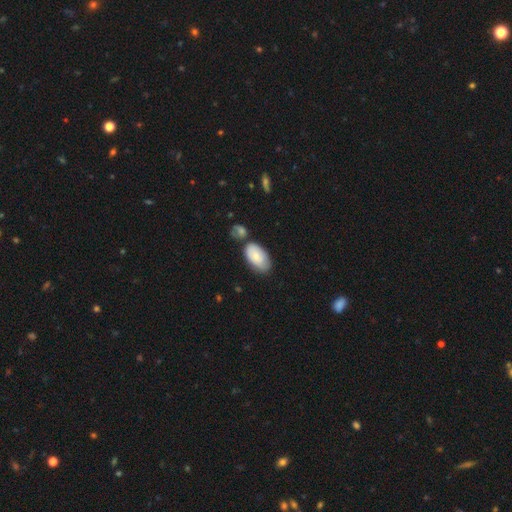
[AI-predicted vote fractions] Q: Smooth or featured?
A: smooth (74%); runner-up: featured or disk (20%)
Q: How rounded?
A: in between (95%); runner-up: round (4%)
Q: Merging?
A: none (55%); runner-up: minor disturbance (23%)